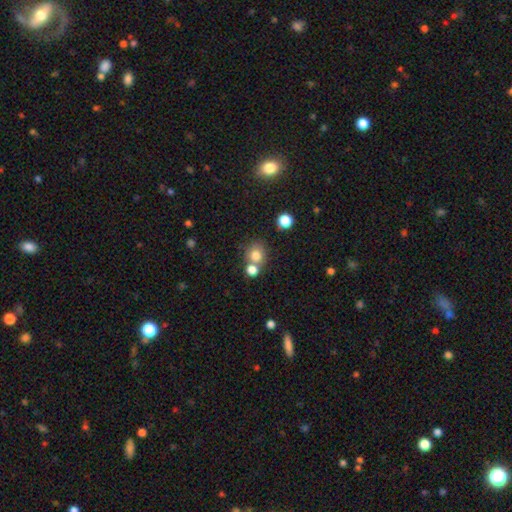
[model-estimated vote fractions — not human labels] smooth 78%, star or artifact 13%, featured or disk 9%. Down the decision tree: how rounded — round (79%); merging — none (55%).